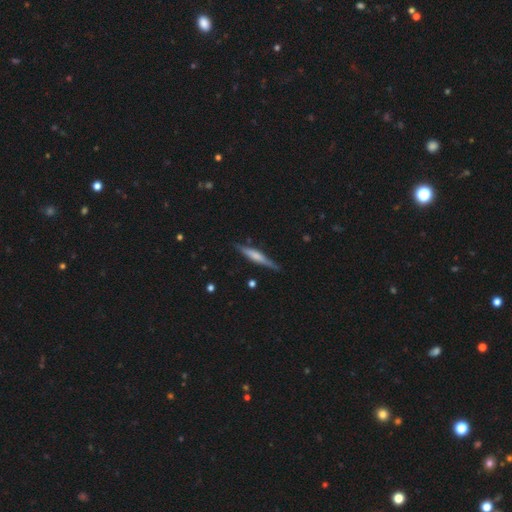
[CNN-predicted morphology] The model was most divided on "smooth or featured": featured or disk: 54%, smooth: 40%, star or artifact: 6%. Remaining: edge-on disk — yes (96%); merging — none (85%); edge-on bulge — rounded (47%).